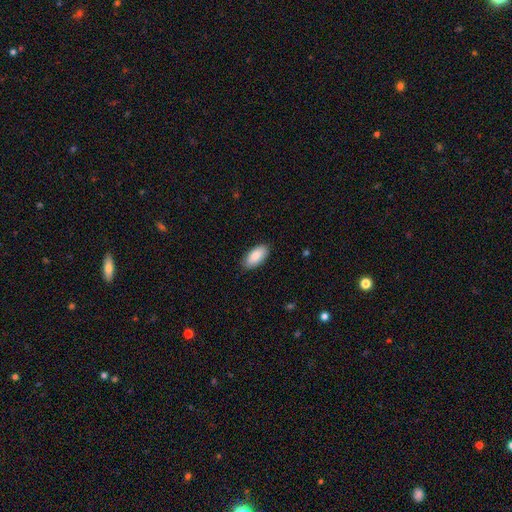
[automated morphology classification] smooth_or_featured: smooth (p=0.87) [alt: featured or disk p=0.07]
how_rounded: in between (p=0.92) [alt: cigar-shaped p=0.06]
merging: none (p=0.88) [alt: minor disturbance p=0.09]